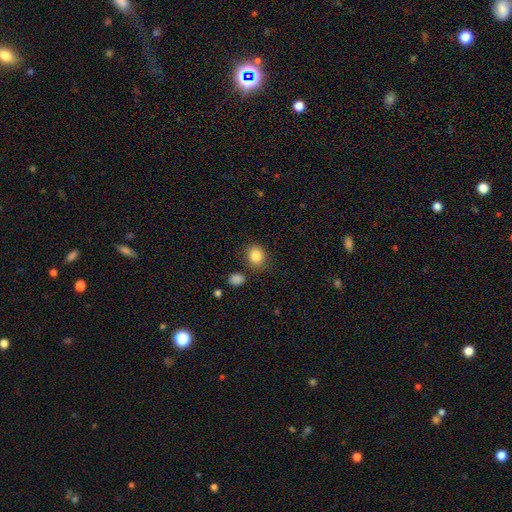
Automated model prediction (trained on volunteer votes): smooth_or_featured: smooth (p=0.87) [alt: star or artifact p=0.09]
how_rounded: round (p=0.63) [alt: in between p=0.36]
merging: none (p=0.77) [alt: minor disturbance p=0.13]